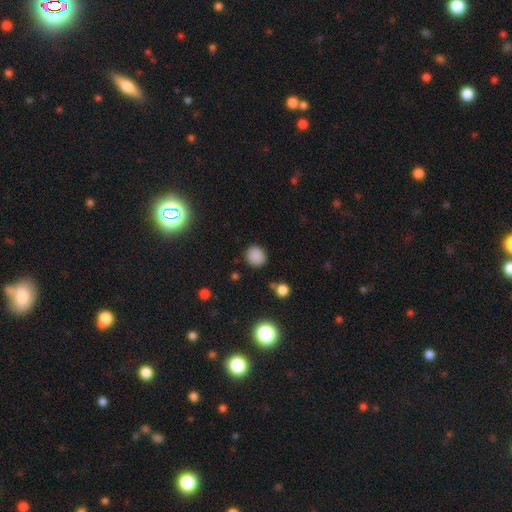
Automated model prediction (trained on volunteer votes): This is clearly a smooth galaxy (84%). How rounded: clearly round (83%). Merging: clearly none (87%).